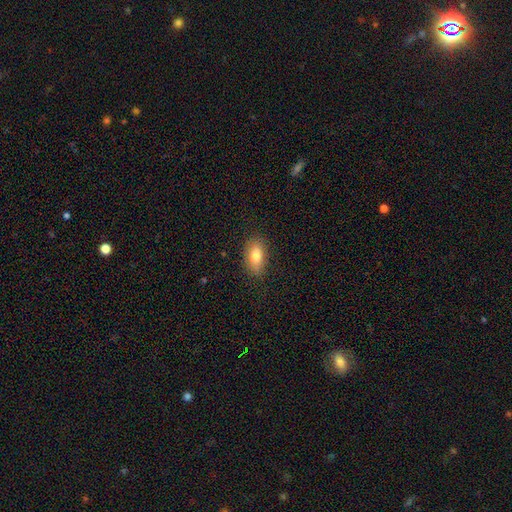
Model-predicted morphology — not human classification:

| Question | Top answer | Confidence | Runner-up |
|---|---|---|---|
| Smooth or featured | smooth | 79% | featured or disk (12%) |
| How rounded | in between | 87% | cigar-shaped (6%) |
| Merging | none | 84% | minor disturbance (12%) |